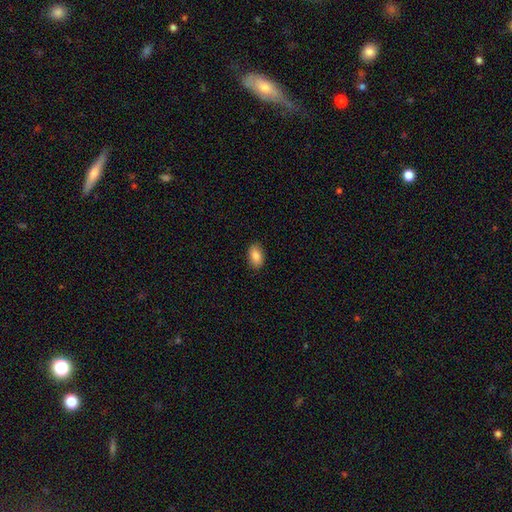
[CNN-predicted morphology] type=smooth (85%); roundness=in between (91%); merging=none (88%).